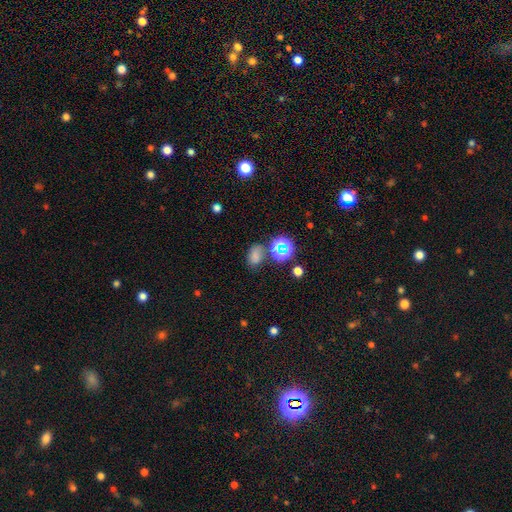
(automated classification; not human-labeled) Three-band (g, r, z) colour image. It shows a smooth galaxy with no disk features (67%) that is in between round and cigar-shaped (74%). Merging: none (64%).